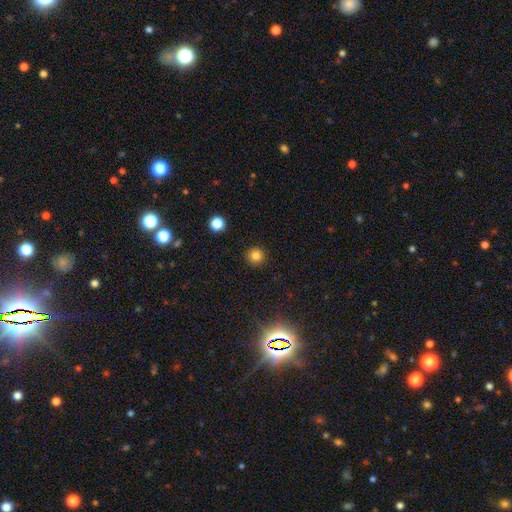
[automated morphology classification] This appears to be a smooth galaxy with no disk features (80%) that is round (95%). Merging: none (92%).